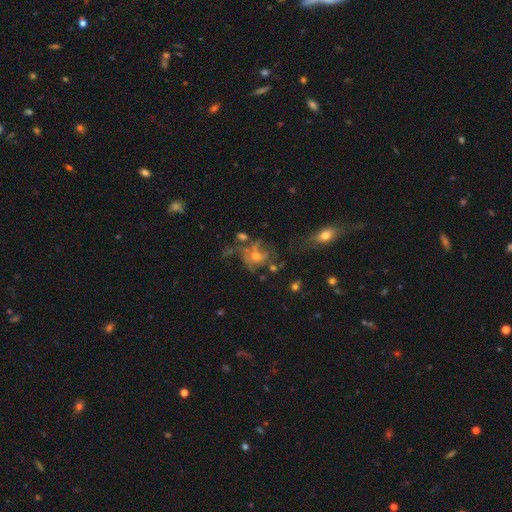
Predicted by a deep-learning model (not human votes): Q: Smooth or featured?
A: featured or disk (58%); runner-up: smooth (23%)
Q: Edge-on disk?
A: no (95%); runner-up: yes (5%)
Q: Bar?
A: no (75%); runner-up: weak (20%)
Q: Spiral arms?
A: yes (57%); runner-up: no (43%)
Q: Bulge size?
A: moderate (51%); runner-up: small (38%)
Q: Merging?
A: none (41%); runner-up: major disturbance (27%)